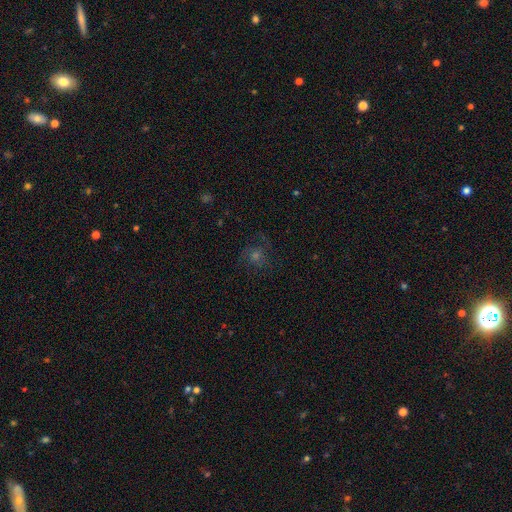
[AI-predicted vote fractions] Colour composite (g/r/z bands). It shows a featured or disk galaxy (44%). Merging: none (73%).